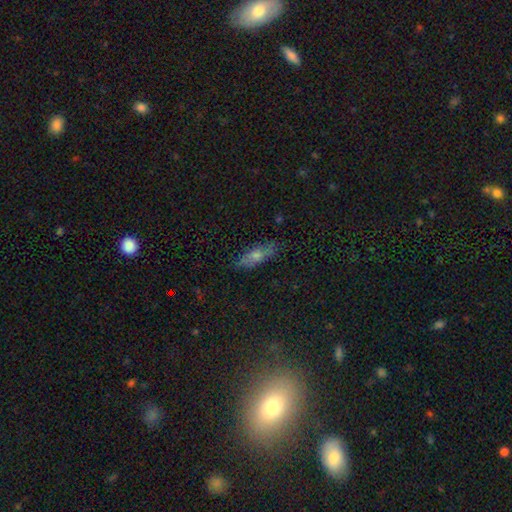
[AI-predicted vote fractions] Smooth or featured? smooth (64%)
How rounded? in between (57%)
Merging? none (76%)